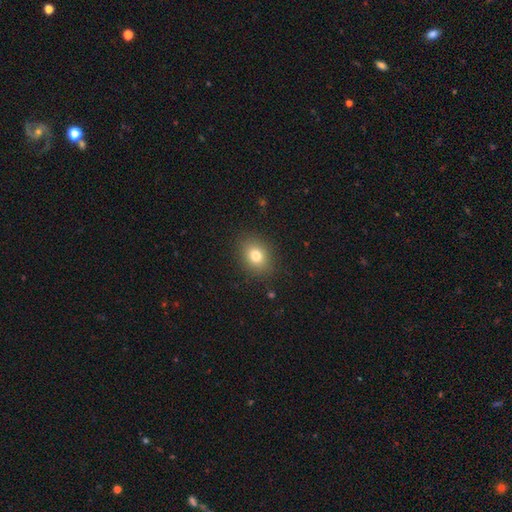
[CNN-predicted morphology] smooth-or-featured: smooth: 79% | star or artifact: 12% | featured or disk: 10%
  how-rounded: in between: 57% | round: 42% | cigar-shaped: 1%
  merging: none: 88% | minor disturbance: 8% | major disturbance: 3% | merger: 1%